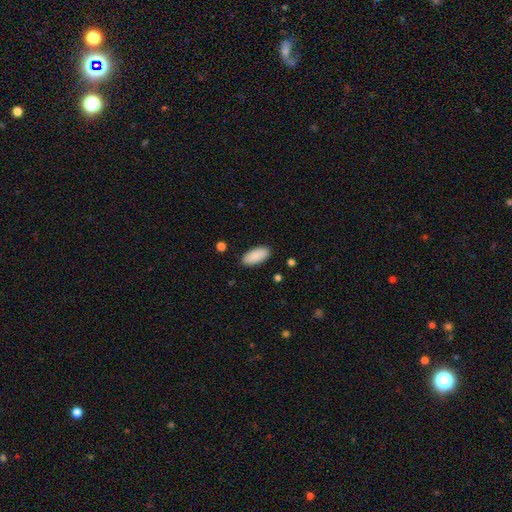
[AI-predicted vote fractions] smooth 90%, star or artifact 6%, featured or disk 4%. Down the decision tree: how rounded — in between (90%); merging — none (89%).